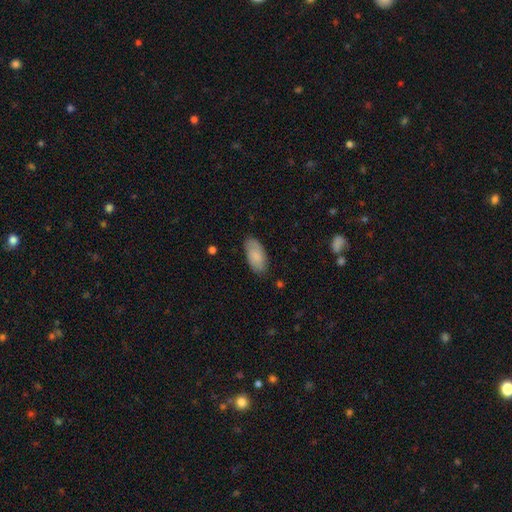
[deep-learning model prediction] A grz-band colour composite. It shows a smooth galaxy with no disk features (84%) that is in between round and cigar-shaped (92%). Merging: none (82%).